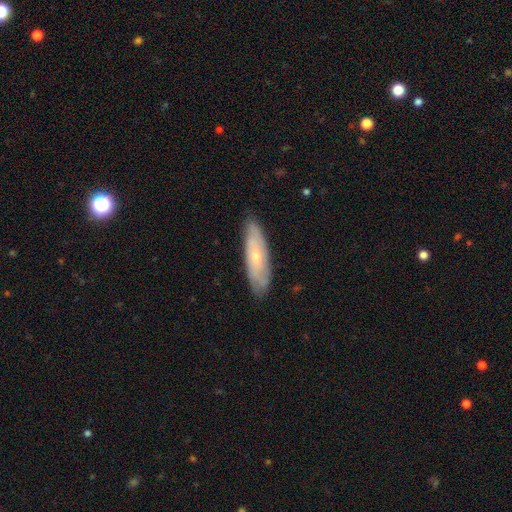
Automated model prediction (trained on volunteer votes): Overall: featured or disk (52%; smooth 42%). Edge-on disk: no (67%; yes 33%). Merging: none (82%).